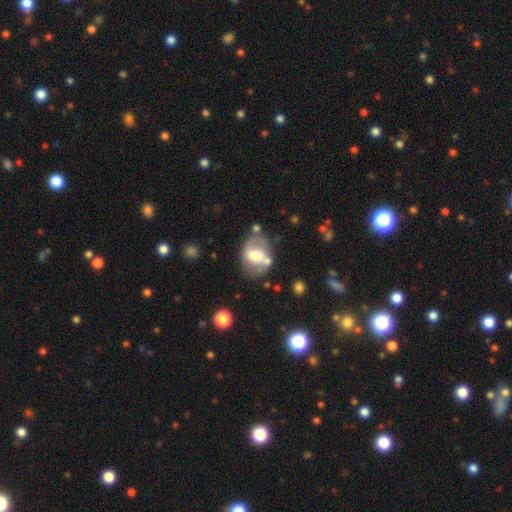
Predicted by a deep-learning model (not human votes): A featured or disk galaxy (52%). Merging: none (60%).